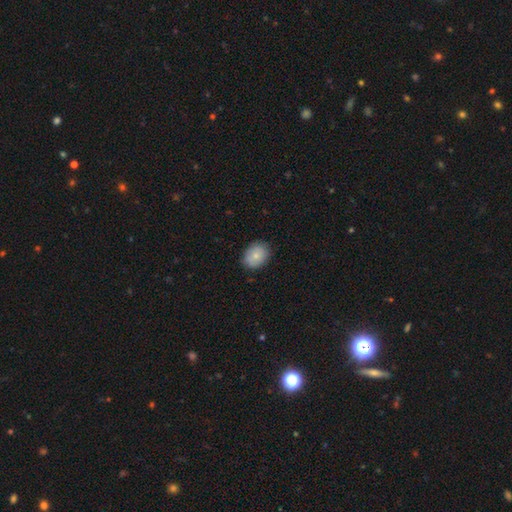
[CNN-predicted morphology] Smooth or featured?
  - smooth: 79% *
  - featured or disk: 14%
  - star or artifact: 7%
How rounded?
  - in between: 62% *
  - round: 37%
  - cigar-shaped: 1%
Merging?
  - none: 82% *
  - minor disturbance: 14%
  - major disturbance: 3%
  - merger: 1%